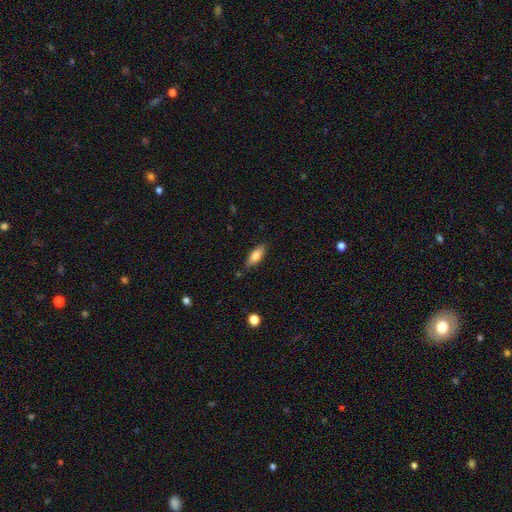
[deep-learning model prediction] Smooth or featured? Predicted: smooth (p=0.72). How rounded? Predicted: in between (p=0.69). Merging? Predicted: none (p=0.81).